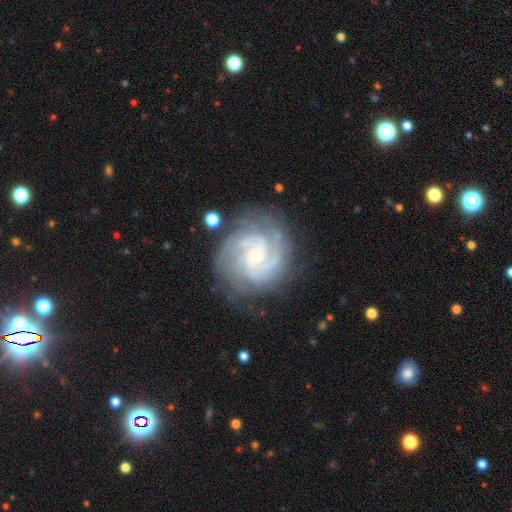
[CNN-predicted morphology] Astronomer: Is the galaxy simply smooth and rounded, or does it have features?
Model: featured or disk — 90%.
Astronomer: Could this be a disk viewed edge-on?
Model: no — 98%.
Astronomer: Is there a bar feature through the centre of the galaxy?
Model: no — 64%.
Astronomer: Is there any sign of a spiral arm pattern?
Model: yes — 98%.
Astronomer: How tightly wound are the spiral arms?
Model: tight — 70%.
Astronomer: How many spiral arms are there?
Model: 3 — 27% (runner-up: 2, 21%).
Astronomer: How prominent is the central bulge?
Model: small — 79%.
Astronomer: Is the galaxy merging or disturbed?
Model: none — 77%.